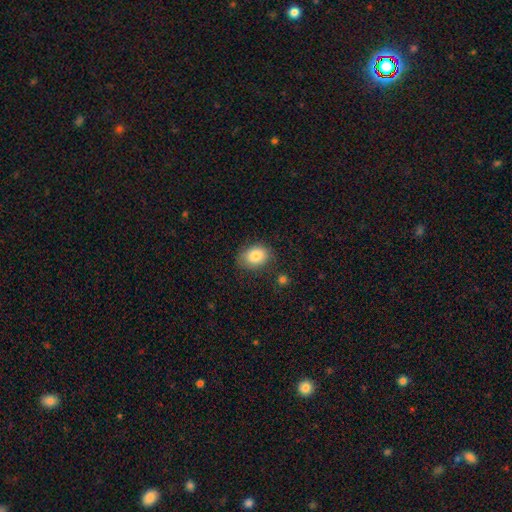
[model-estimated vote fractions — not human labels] Smooth or featured? Predicted: smooth (p=0.83). How rounded? Predicted: in between (p=0.68). Merging? Predicted: none (p=0.75).